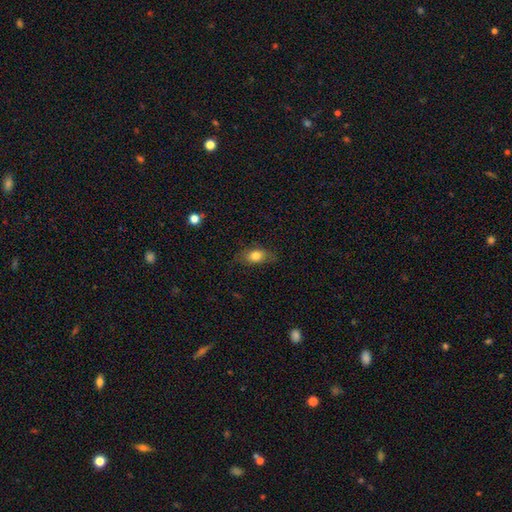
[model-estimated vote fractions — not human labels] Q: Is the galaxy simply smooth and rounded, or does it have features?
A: smooth — 77%.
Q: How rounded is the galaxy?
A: in between — 79%.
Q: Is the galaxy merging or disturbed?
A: none — 75%.